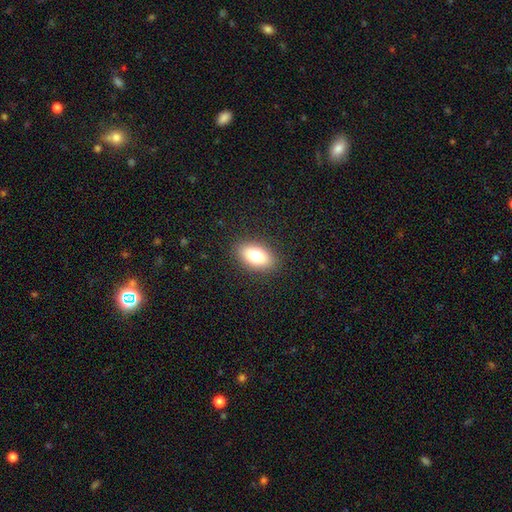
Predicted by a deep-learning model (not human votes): smooth-or-featured: smooth: 76% | featured or disk: 15% | star or artifact: 9%
  how-rounded: in between: 88% | round: 7% | cigar-shaped: 4%
  merging: none: 88% | minor disturbance: 9% | major disturbance: 3% | merger: 1%